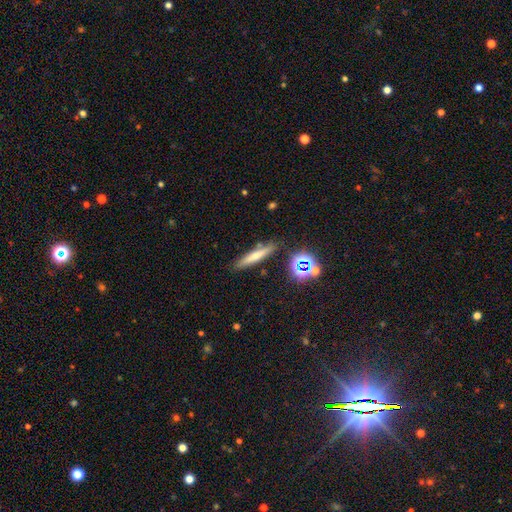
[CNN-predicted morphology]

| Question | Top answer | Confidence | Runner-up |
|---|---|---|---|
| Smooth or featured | smooth | 60% | featured or disk (27%) |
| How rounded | cigar-shaped | 87% | in between (10%) |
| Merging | none | 82% | minor disturbance (11%) |